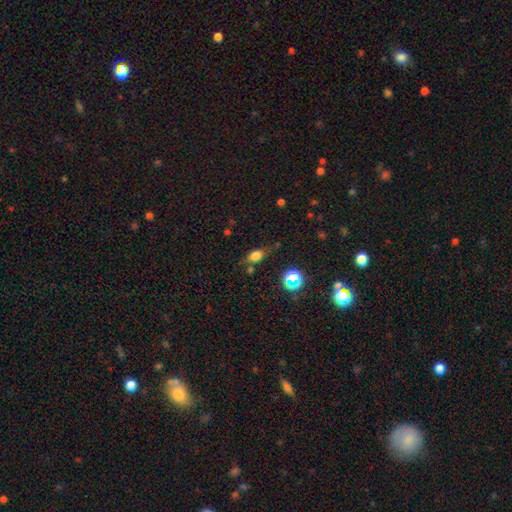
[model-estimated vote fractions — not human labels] A smooth galaxy with no disk features (71%) that is in between round and cigar-shaped (70%).

Vote fractions:
- Smooth or featured? smooth: 71% / star or artifact: 15% / featured or disk: 13%
- How rounded? in between: 70% / round: 22% / cigar-shaped: 8%
- Merging? none: 62% / minor disturbance: 24% / major disturbance: 9% / merger: 6%